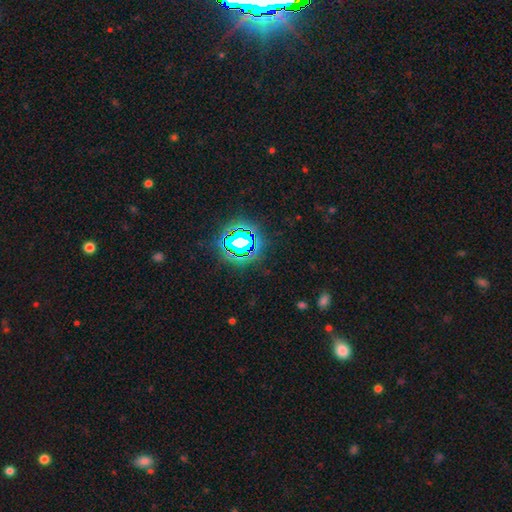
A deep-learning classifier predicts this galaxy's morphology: This is clearly a star or artifact rather than a galaxy (81%).